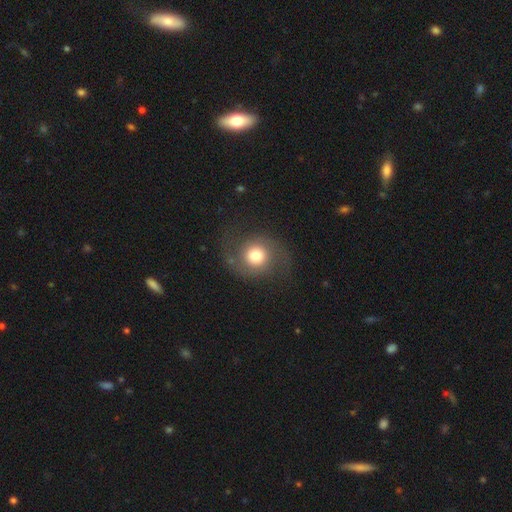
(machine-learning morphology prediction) type=smooth (47%); merging=none (71%).